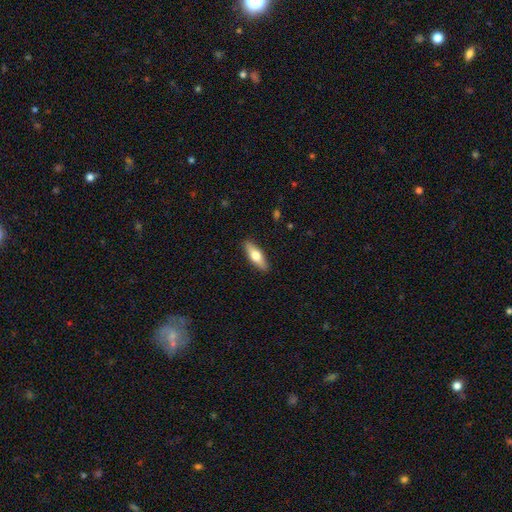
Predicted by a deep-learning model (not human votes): This appears to be a smooth galaxy with no disk features (59%) that is cigar-shaped (49%). Merging: none (90%).